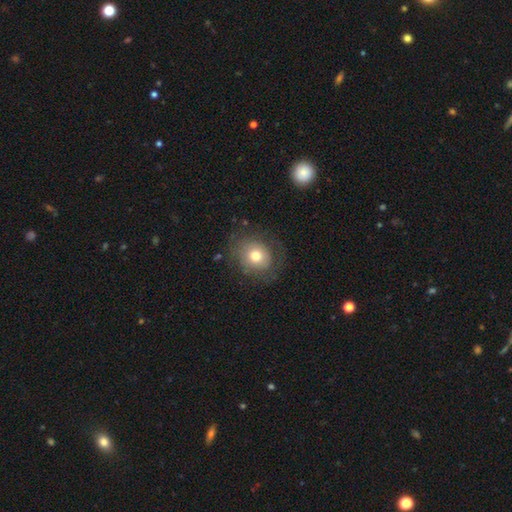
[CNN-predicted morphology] This is likely a smooth galaxy (65%). How rounded: likely round (74%). Merging: likely none (70%).